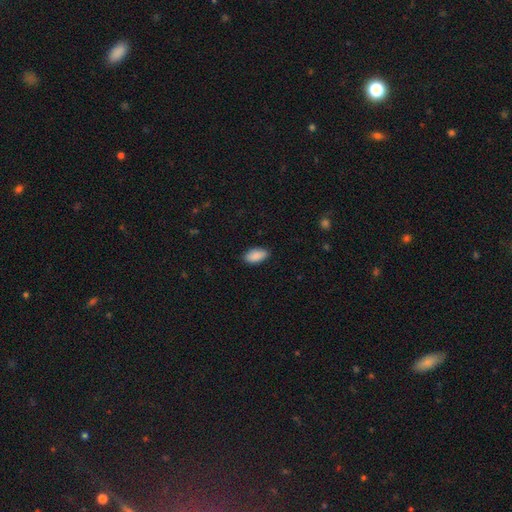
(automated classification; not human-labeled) Smooth or featured: smooth — 90% (star or artifact — 6%)
How rounded: in between — 94% (cigar-shaped — 3%)
Merging: none — 86% (minor disturbance — 10%)